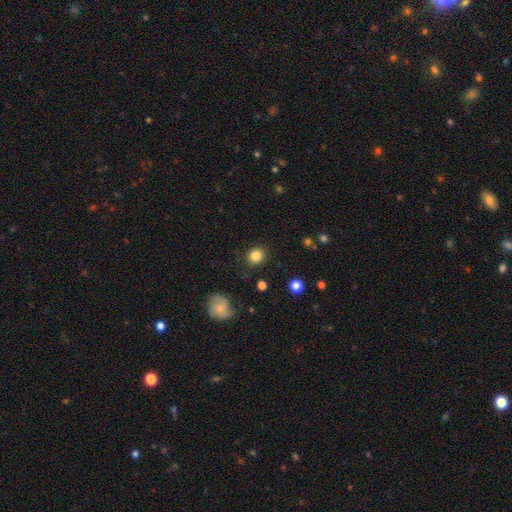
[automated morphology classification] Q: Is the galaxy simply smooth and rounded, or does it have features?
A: smooth — 84%.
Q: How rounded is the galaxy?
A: round — 84%.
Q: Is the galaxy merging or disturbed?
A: none — 88%.